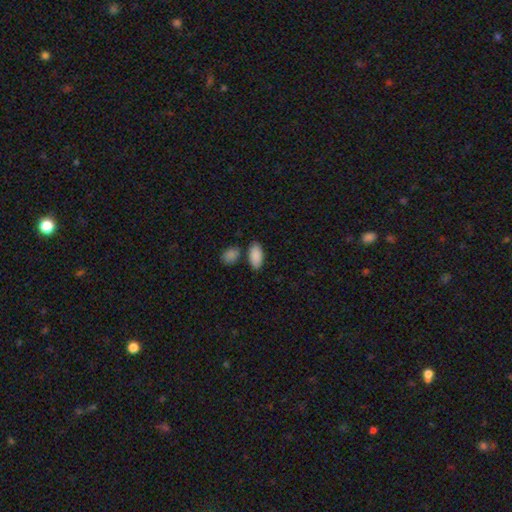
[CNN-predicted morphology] Smooth or featured?
  - smooth: 89% *
  - star or artifact: 6%
  - featured or disk: 5%
How rounded?
  - in between: 94% *
  - cigar-shaped: 4%
  - round: 2%
Merging?
  - none: 74% *
  - minor disturbance: 12%
  - merger: 11%
  - major disturbance: 3%